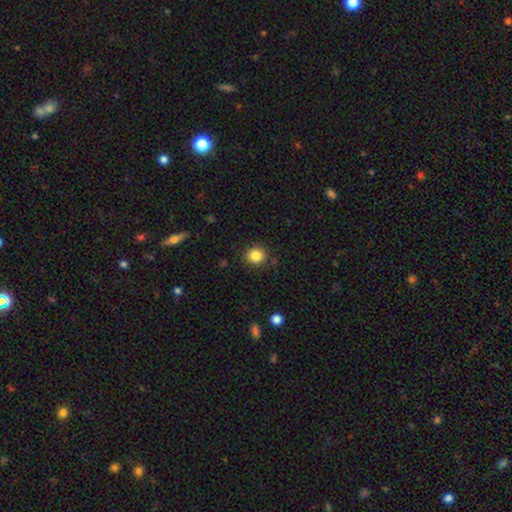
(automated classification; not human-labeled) A smooth galaxy with no disk features (84%) that is round (86%). Merging: none (87%).